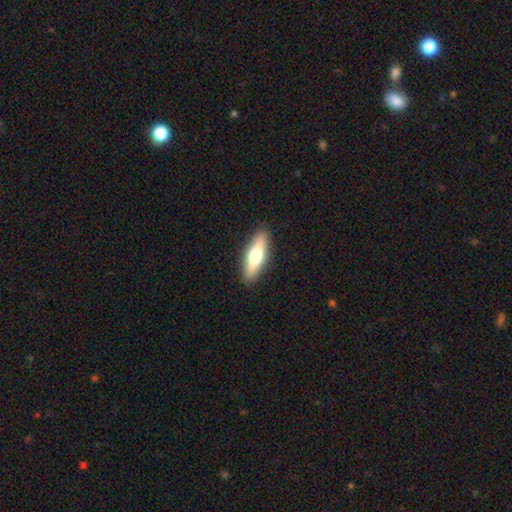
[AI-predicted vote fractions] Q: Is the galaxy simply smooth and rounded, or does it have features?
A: smooth — 61%.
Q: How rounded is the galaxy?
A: cigar-shaped — 52%.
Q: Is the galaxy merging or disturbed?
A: none — 89%.